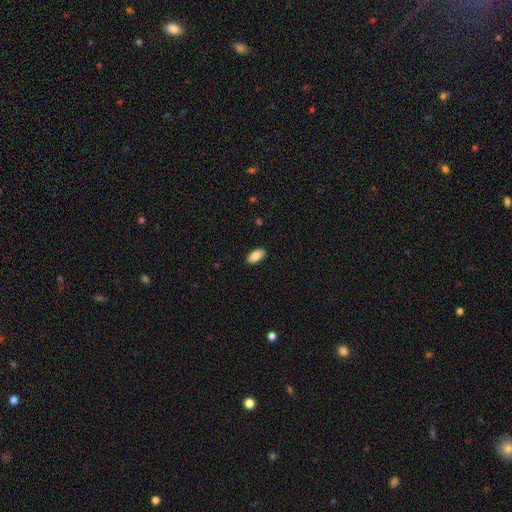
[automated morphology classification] Overall: smooth (85%). How rounded: in between (92%). Merging: none (90%).